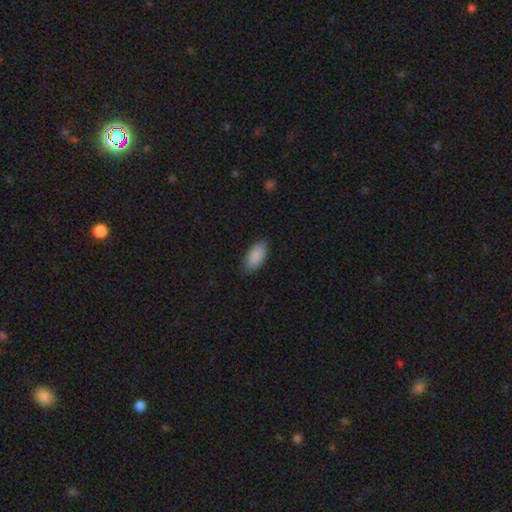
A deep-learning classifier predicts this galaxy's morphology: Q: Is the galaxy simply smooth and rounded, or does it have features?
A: smooth — 89%.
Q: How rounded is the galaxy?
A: in between — 93%.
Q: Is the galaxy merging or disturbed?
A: none — 79%.